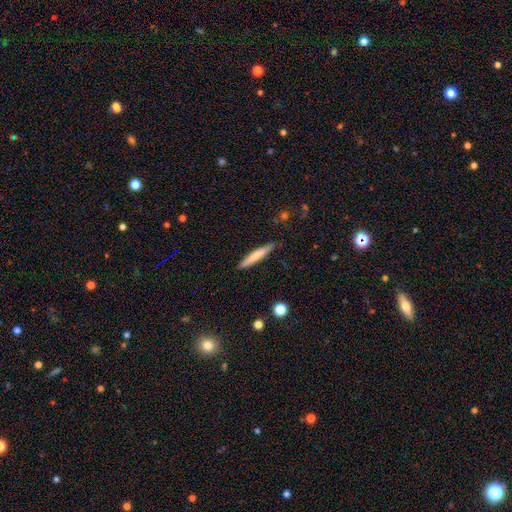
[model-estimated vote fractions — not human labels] A smooth galaxy with no disk features (69%) that is cigar-shaped (94%). Merging: none (87%).